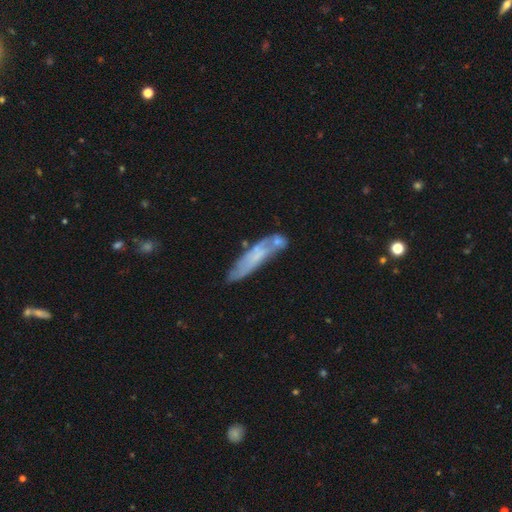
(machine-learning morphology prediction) The model was most divided on "smooth or featured": featured or disk: 47%, smooth: 45%, star or artifact: 8%. Remaining: merging — none (49%).